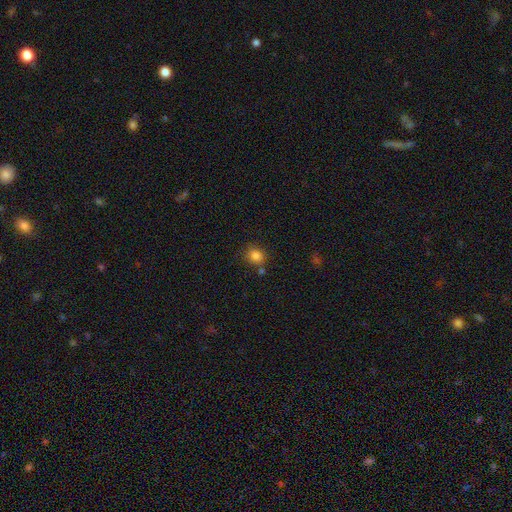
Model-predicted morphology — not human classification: This appears to be a smooth galaxy with no disk features (83%) that is round (77%). Merging: none (75%).